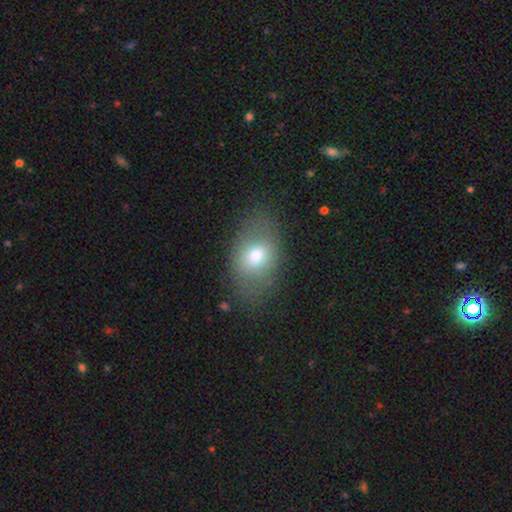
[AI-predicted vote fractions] Morphology: type=smooth (72%); roundness=in between (80%); merging=none (77%).